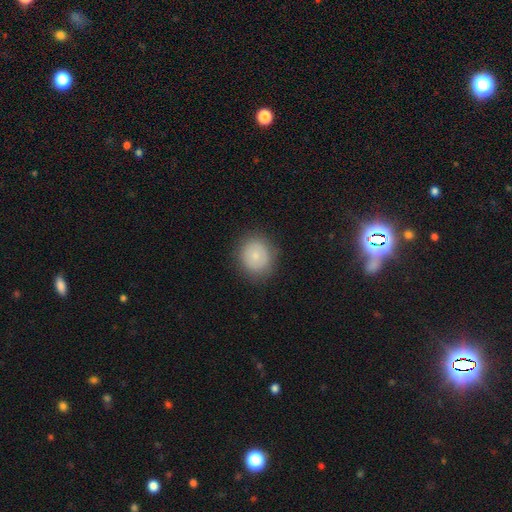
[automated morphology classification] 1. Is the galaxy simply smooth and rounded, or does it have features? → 75% smooth, 17% featured or disk, 8% star or artifact.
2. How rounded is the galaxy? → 83% round, 17% in between, 1% cigar-shaped.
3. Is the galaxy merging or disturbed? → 85% none, 11% minor disturbance, 4% major disturbance, 1% merger.